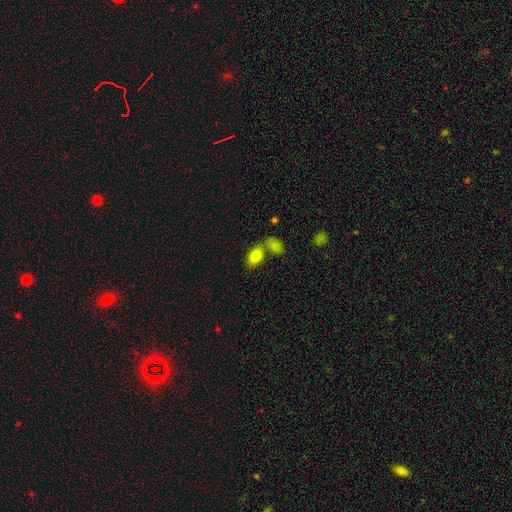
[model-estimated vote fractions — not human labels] Overall: smooth (83%). How rounded: in between (89%). Merging: none (51%; merger 32%).